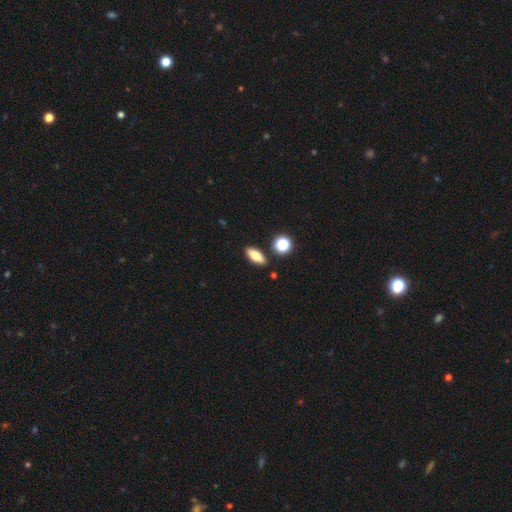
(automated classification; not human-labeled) Smooth or featured: smooth — 75% (featured or disk — 16%)
How rounded: in between — 74% (cigar-shaped — 21%)
Merging: none — 85% (minor disturbance — 9%)